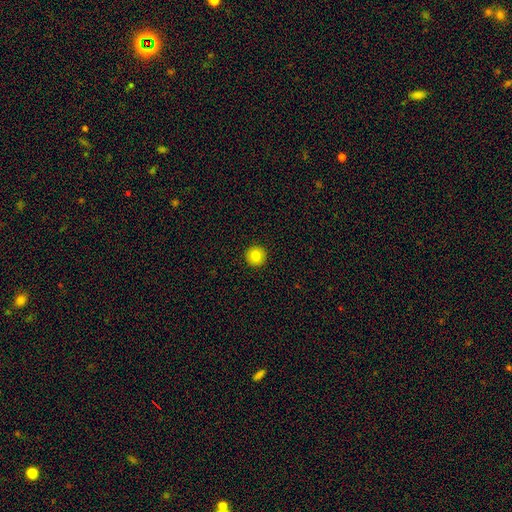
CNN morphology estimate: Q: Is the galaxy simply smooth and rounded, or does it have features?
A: smooth — 83%.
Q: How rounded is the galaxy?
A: round — 96%.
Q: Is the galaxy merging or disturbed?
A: none — 94%.